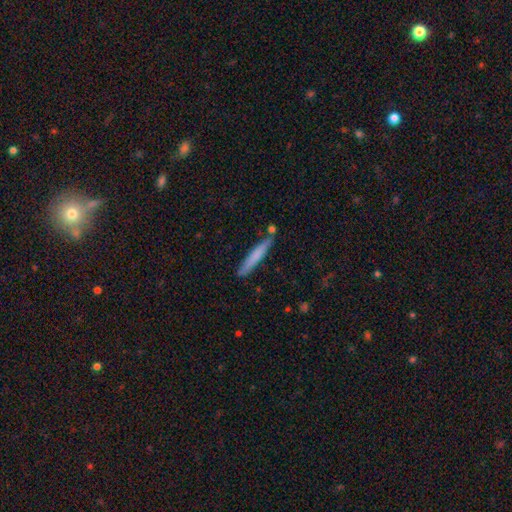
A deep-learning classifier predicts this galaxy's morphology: smooth_or_featured: smooth (p=0.67) [alt: featured or disk p=0.27]
how_rounded: cigar-shaped (p=0.95) [alt: in between p=0.04]
merging: none (p=0.80) [alt: minor disturbance p=0.12]